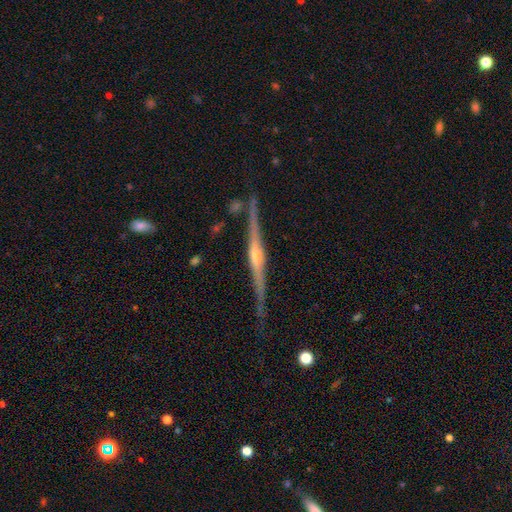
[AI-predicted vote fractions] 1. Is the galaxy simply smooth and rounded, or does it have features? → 85% featured or disk, 10% smooth, 6% star or artifact.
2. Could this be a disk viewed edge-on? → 98% yes, 2% no.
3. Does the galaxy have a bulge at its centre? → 77% rounded, 12% none, 11% boxy.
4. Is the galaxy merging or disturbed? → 82% none, 13% minor disturbance, 3% merger, 3% major disturbance.